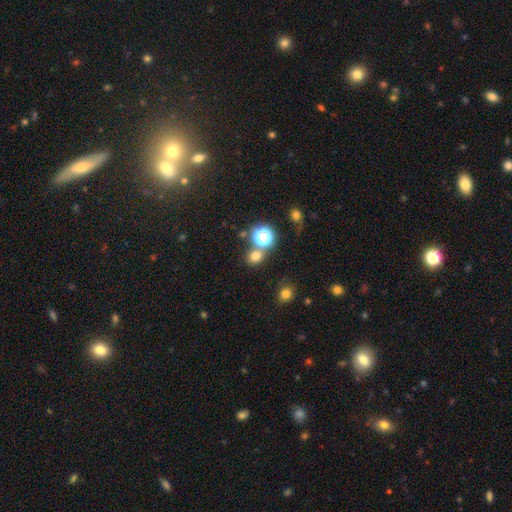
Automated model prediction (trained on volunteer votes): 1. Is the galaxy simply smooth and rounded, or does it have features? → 67% smooth, 26% star or artifact, 7% featured or disk.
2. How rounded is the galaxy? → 75% round, 24% in between, 1% cigar-shaped.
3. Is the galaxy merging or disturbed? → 72% none, 16% merger, 8% minor disturbance, 4% major disturbance.